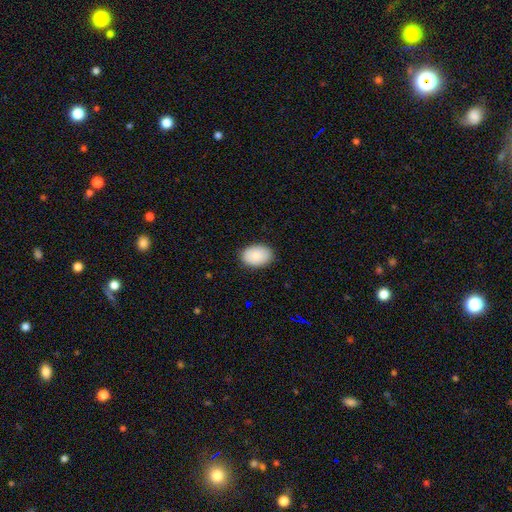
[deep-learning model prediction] Smooth or featured? Predicted: smooth (p=0.89). How rounded? Predicted: in between (p=0.85). Merging? Predicted: none (p=0.87).